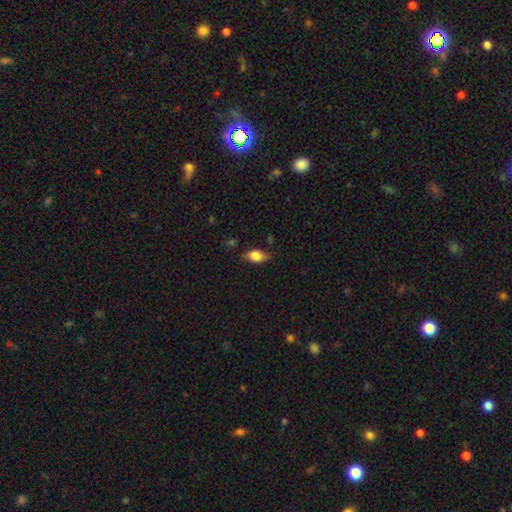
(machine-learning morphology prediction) Smooth or featured? smooth (72%)
How rounded? in between (83%)
Merging? none (75%)